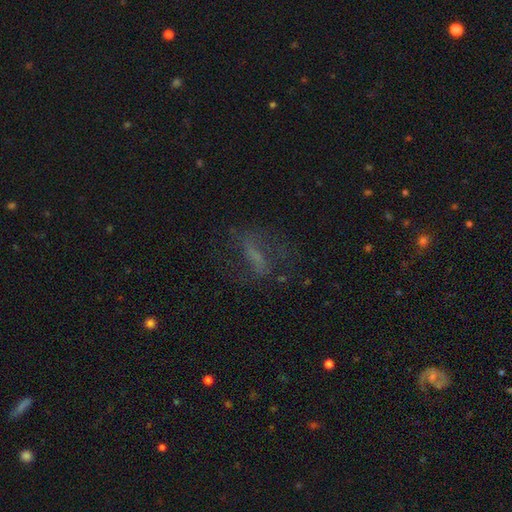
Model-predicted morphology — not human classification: type=featured or disk (45%); merging=none (61%).